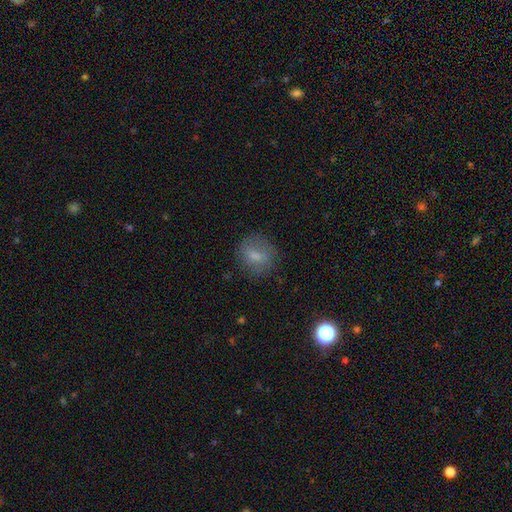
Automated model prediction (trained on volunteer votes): Q: Smooth or featured?
A: smooth (70%); runner-up: featured or disk (20%)
Q: How rounded?
A: round (65%); runner-up: in between (32%)
Q: Merging?
A: none (73%); runner-up: minor disturbance (17%)